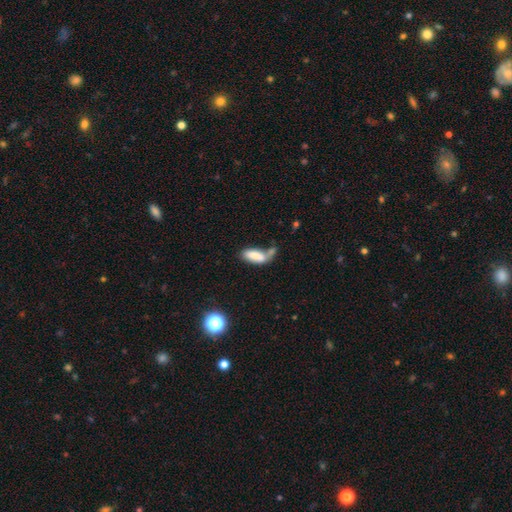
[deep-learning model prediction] Q: Smooth or featured?
A: smooth (77%); runner-up: featured or disk (14%)
Q: How rounded?
A: in between (77%); runner-up: cigar-shaped (20%)
Q: Merging?
A: merger (34%); runner-up: none (30%)